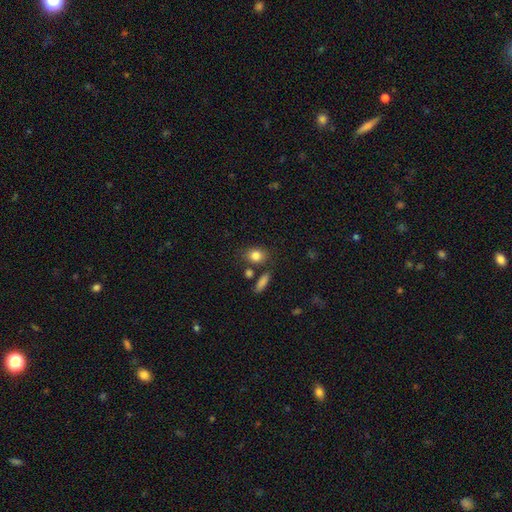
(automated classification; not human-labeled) Q: Smooth or featured?
A: smooth (83%); runner-up: star or artifact (9%)
Q: How rounded?
A: in between (55%); runner-up: round (43%)
Q: Merging?
A: none (72%); runner-up: minor disturbance (13%)